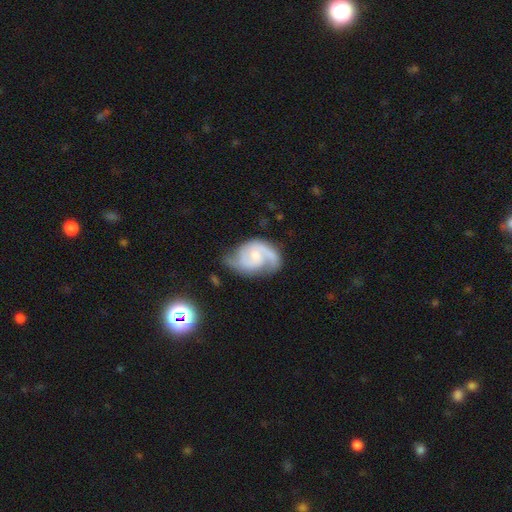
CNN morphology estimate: This appears to be a featured or disk galaxy (85%) with no bar (53%), 2 (78%) medium (50%) spiral arms (96%) and a small central bulge (48%). Merging: none (56%).